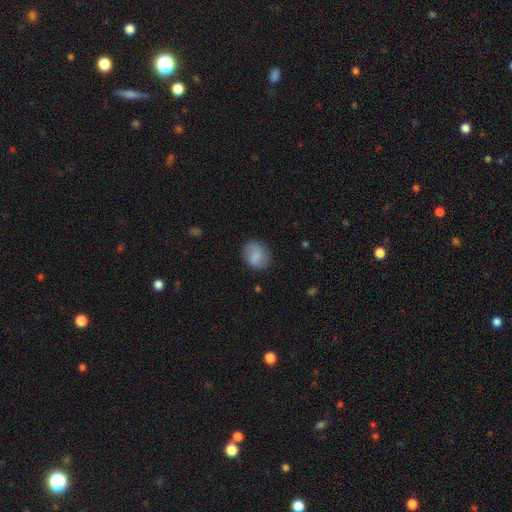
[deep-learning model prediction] Smooth or featured: smooth — 77% (featured or disk — 15%)
How rounded: round — 54% (in between — 45%)
Merging: none — 76% (minor disturbance — 17%)